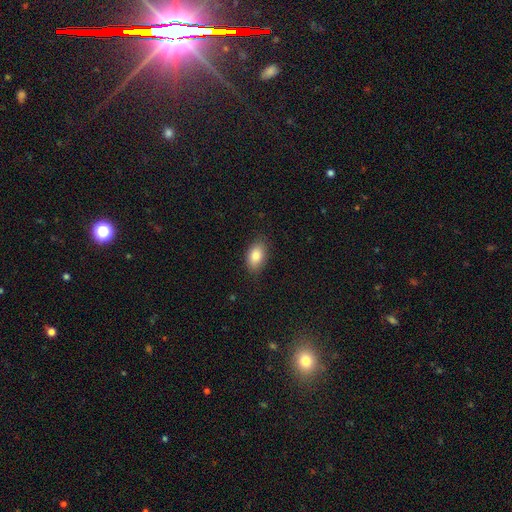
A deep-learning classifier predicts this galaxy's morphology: Q: Smooth or featured?
A: smooth (84%); runner-up: featured or disk (9%)
Q: How rounded?
A: in between (91%); runner-up: round (7%)
Q: Merging?
A: none (84%); runner-up: minor disturbance (12%)